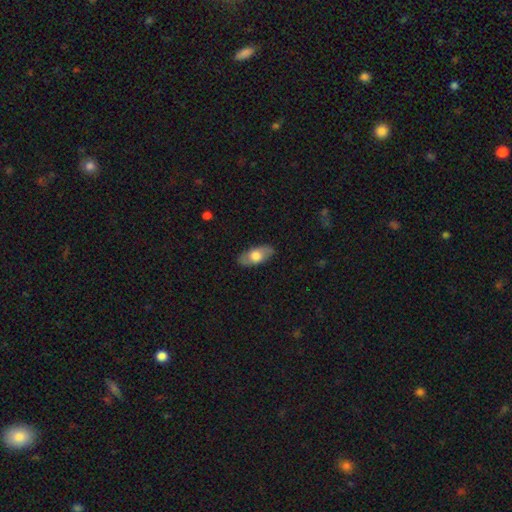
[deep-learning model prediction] The model was most divided on "smooth or featured": smooth: 62%, featured or disk: 32%, star or artifact: 6%. More confident: how rounded — in between (86%); merging — none (84%).